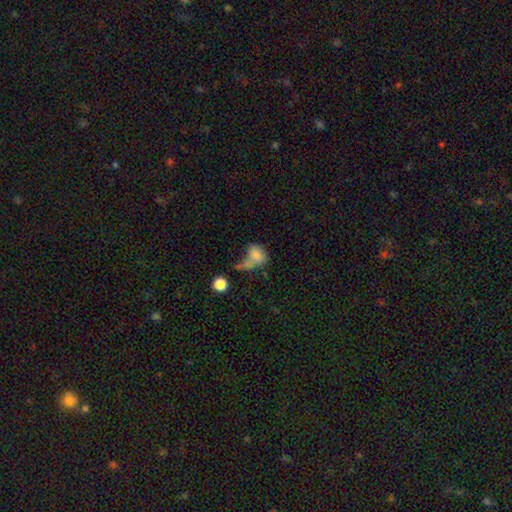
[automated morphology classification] smooth-or-featured: smooth: 71% | featured or disk: 17% | star or artifact: 11%
  how-rounded: in between: 62% | round: 36% | cigar-shaped: 2%
  merging: merger: 32% | major disturbance: 29% | none: 22% | minor disturbance: 17%